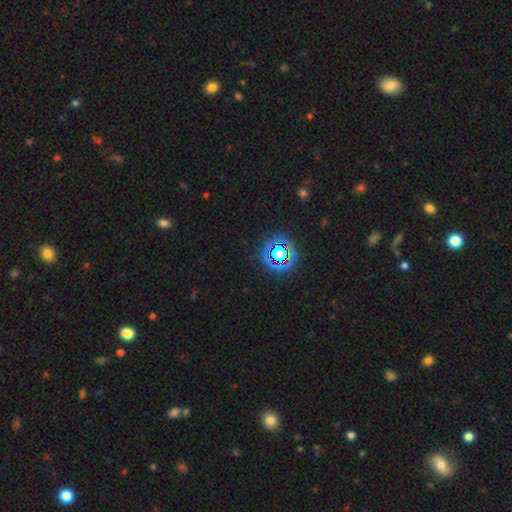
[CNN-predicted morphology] type=star or artifact (72%).